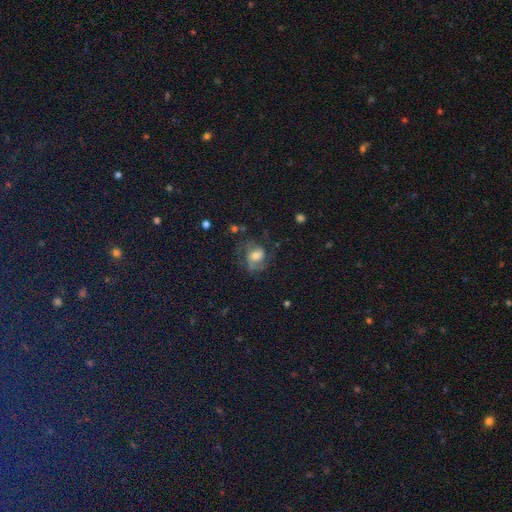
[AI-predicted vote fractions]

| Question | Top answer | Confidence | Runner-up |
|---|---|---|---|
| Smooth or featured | featured or disk | 55% | smooth (33%) |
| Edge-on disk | no | 97% | yes (3%) |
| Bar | no | 55% | weak (35%) |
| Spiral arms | yes | 81% | no (19%) |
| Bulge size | moderate | 55% | small (20%) |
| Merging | none | 55% | minor disturbance (21%) |